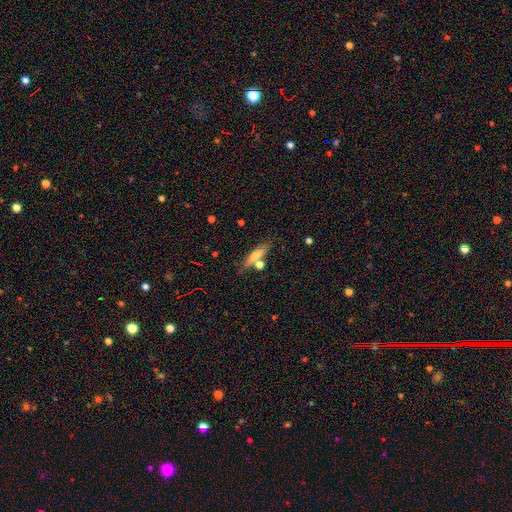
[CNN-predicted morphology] smooth_or_featured: smooth (p=0.53) [alt: featured or disk p=0.39]
how_rounded: cigar-shaped (p=0.72) [alt: in between p=0.24]
merging: none (p=0.68) [alt: merger p=0.15]